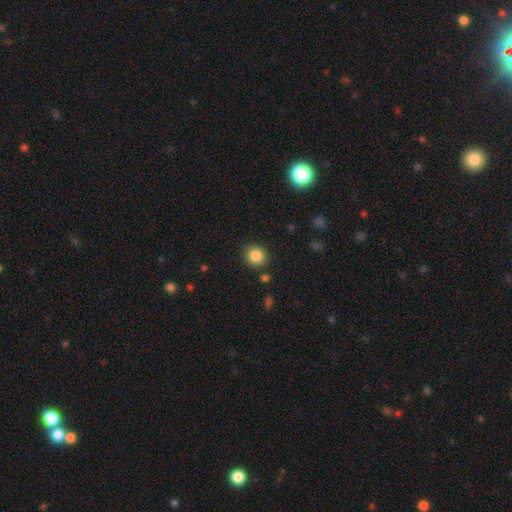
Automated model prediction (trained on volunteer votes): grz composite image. It shows a smooth galaxy with no disk features (86%) that is round (86%). Merging: none (87%).